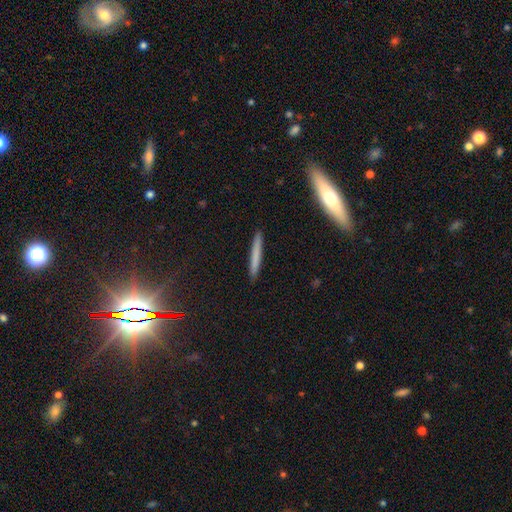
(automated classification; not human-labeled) This appears to be a smooth galaxy with no disk features (70%) that is cigar-shaped (96%). Merging: none (91%).